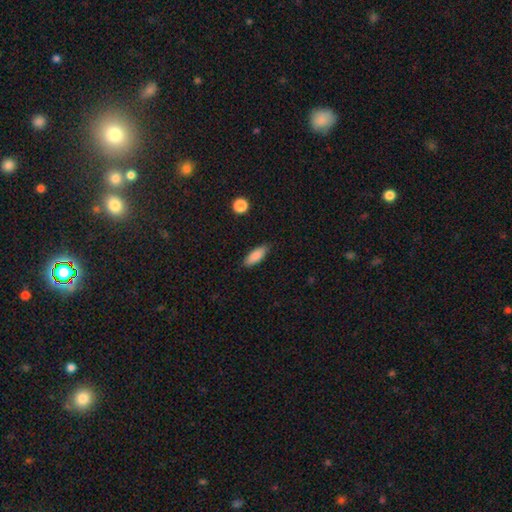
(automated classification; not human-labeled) smooth-or-featured: smooth: 86% | featured or disk: 7% | star or artifact: 7%
  how-rounded: in between: 71% | cigar-shaped: 27% | round: 2%
  merging: none: 84% | minor disturbance: 12% | major disturbance: 2% | merger: 1%